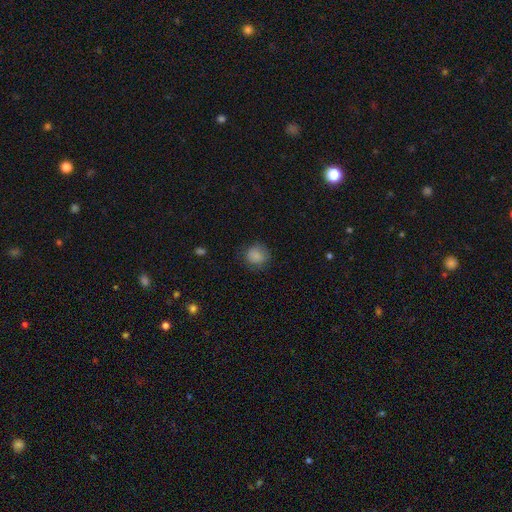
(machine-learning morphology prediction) smooth-or-featured: smooth: 85% | star or artifact: 10% | featured or disk: 6%
  how-rounded: round: 82% | in between: 17% | cigar-shaped: 1%
  merging: none: 77% | minor disturbance: 17% | major disturbance: 6% | merger: 1%